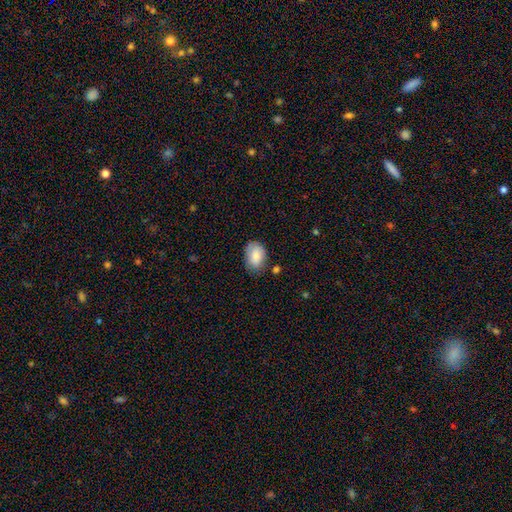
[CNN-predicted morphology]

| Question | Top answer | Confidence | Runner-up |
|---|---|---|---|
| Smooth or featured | smooth | 82% | featured or disk (11%) |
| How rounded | in between | 84% | round (14%) |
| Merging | none | 66% | minor disturbance (26%) |